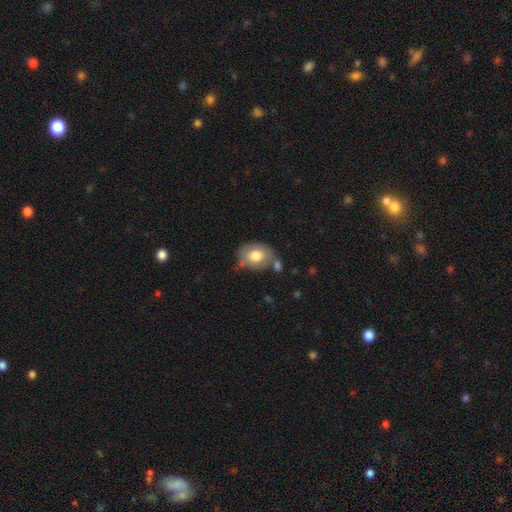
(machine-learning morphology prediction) Smooth or featured?
  - smooth: 70% *
  - featured or disk: 23%
  - star or artifact: 7%
How rounded?
  - in between: 60% *
  - round: 39%
  - cigar-shaped: 1%
Merging?
  - none: 49% *
  - minor disturbance: 26%
  - merger: 16%
  - major disturbance: 9%